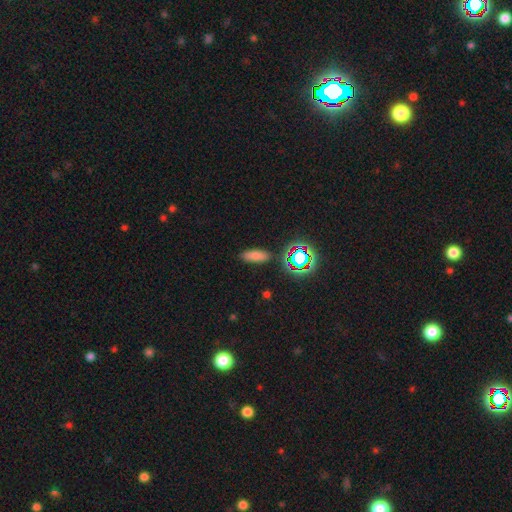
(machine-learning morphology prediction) type=smooth (72%); roundness=in between (64%); merging=none (85%).